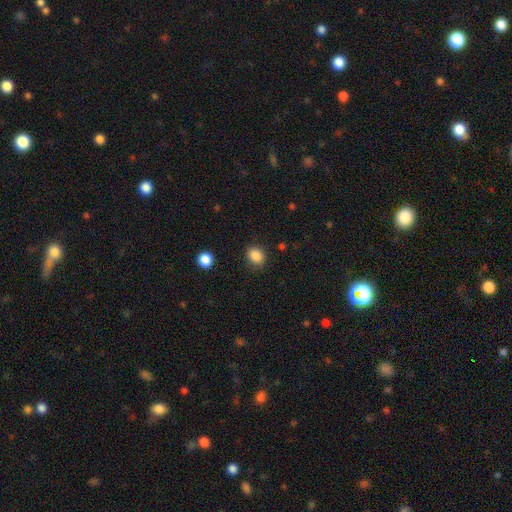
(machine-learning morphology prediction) smooth-or-featured: smooth: 87% | star or artifact: 10% | featured or disk: 3%
  how-rounded: round: 56% | in between: 43% | cigar-shaped: 1%
  merging: none: 86% | minor disturbance: 9% | major disturbance: 3% | merger: 1%